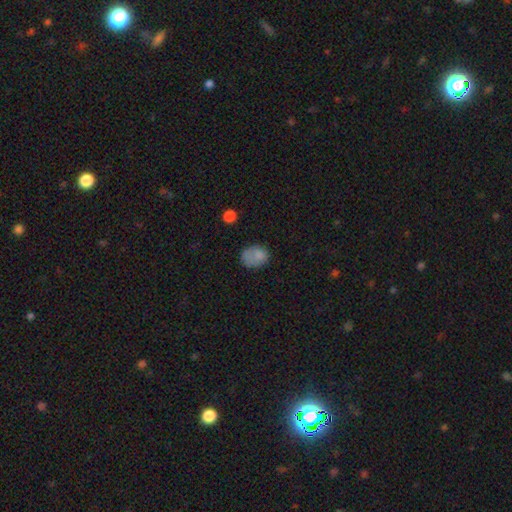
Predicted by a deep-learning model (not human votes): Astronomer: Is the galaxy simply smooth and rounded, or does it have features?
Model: smooth — 78%.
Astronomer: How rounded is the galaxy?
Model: in between — 51% (runner-up: round, 48%).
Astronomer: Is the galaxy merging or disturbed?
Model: none — 56%.